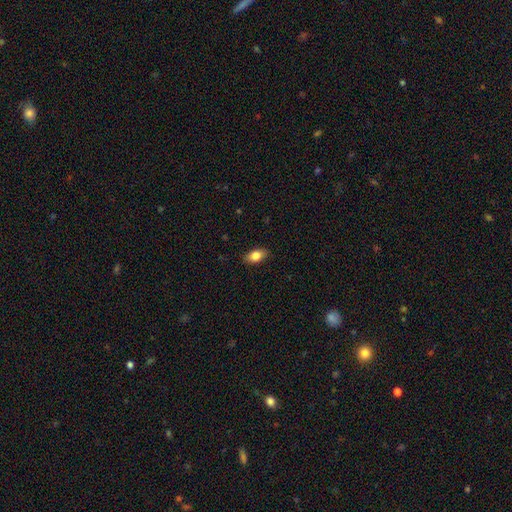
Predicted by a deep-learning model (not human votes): This is clearly a smooth galaxy (82%). How rounded: clearly in between (87%). Merging: clearly none (87%).